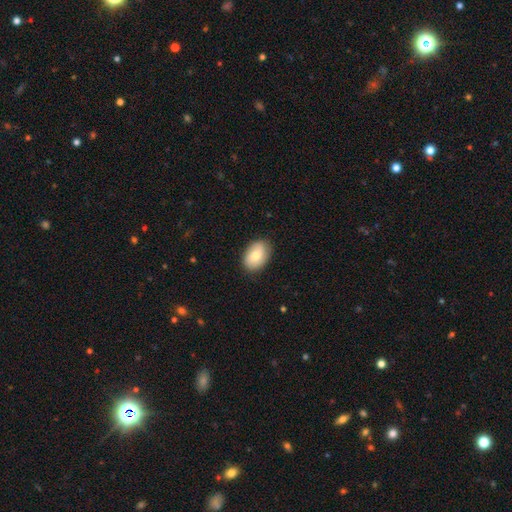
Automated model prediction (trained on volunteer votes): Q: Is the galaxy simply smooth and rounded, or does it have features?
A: smooth — 78%.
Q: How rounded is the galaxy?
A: in between — 86%.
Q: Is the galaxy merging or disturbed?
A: none — 85%.